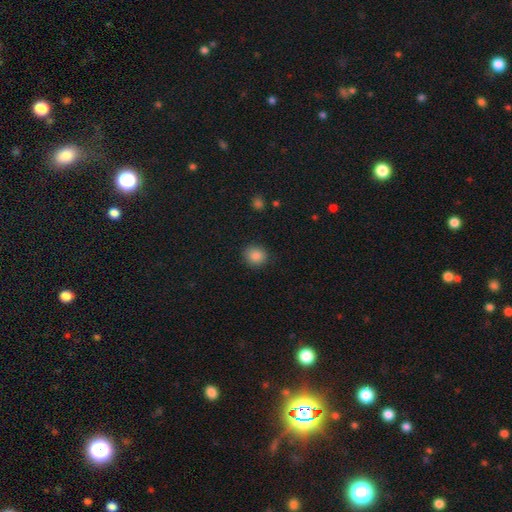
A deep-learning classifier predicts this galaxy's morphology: smooth_or_featured: smooth (p=0.87) [alt: star or artifact p=0.10]
how_rounded: round (p=0.77) [alt: in between p=0.22]
merging: none (p=0.87) [alt: minor disturbance p=0.09]